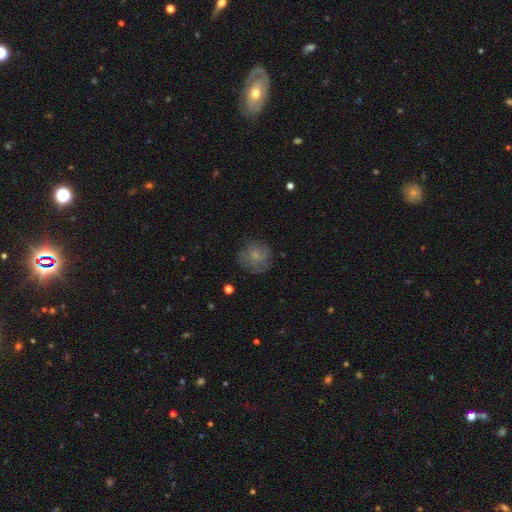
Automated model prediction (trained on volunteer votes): smooth-or-featured: smooth: 70% | featured or disk: 21% | star or artifact: 9%
  how-rounded: round: 92% | in between: 7% | cigar-shaped: 1%
  merging: none: 77% | minor disturbance: 16% | major disturbance: 5% | merger: 1%